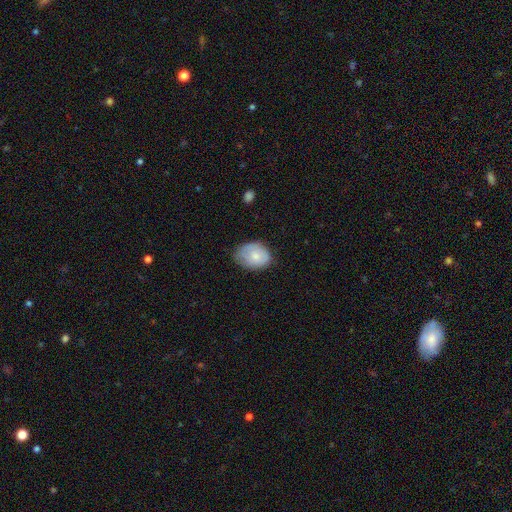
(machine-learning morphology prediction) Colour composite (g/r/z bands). It shows a smooth galaxy with no disk features (71%) that is in between round and cigar-shaped (69%). Merging: none (59%).